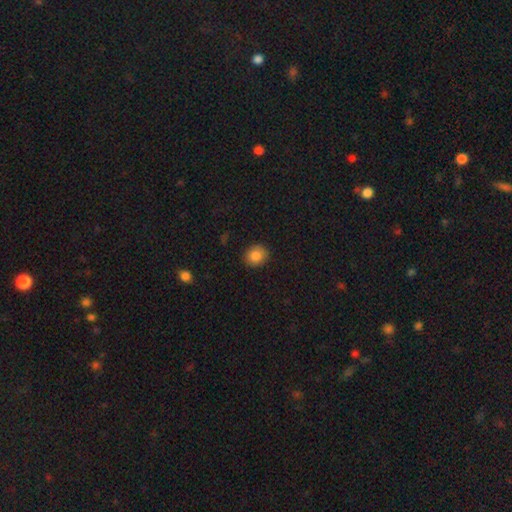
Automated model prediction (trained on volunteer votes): Morphology: type=smooth (86%); roundness=round (71%); merging=none (88%).